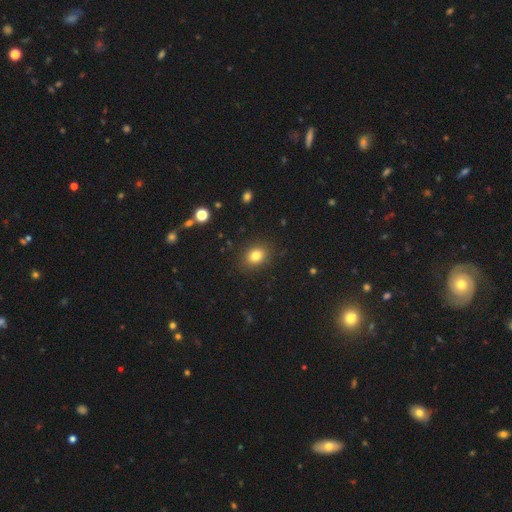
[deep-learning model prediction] smooth_or_featured: smooth (p=0.81) [alt: star or artifact p=0.11]
how_rounded: in between (p=0.54) [alt: round p=0.45]
merging: none (p=0.87) [alt: minor disturbance p=0.09]